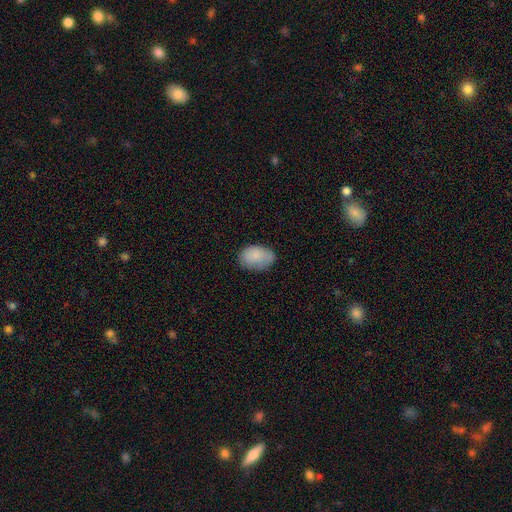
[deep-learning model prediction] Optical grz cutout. It shows a smooth galaxy with no disk features (85%) that is in between round and cigar-shaped (86%). Merging: none (70%).